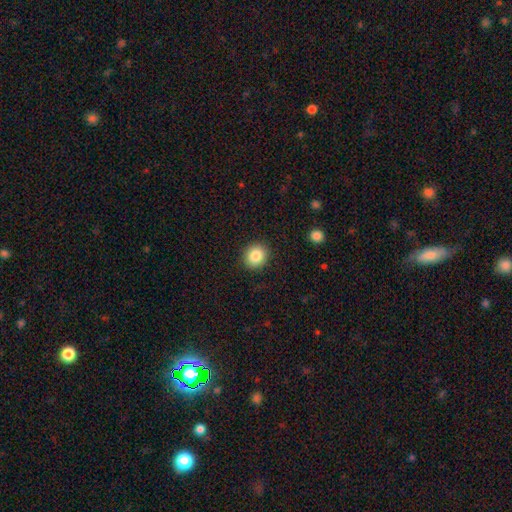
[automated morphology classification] Overall: smooth (85%). How rounded: round (81%). Merging: none (90%).